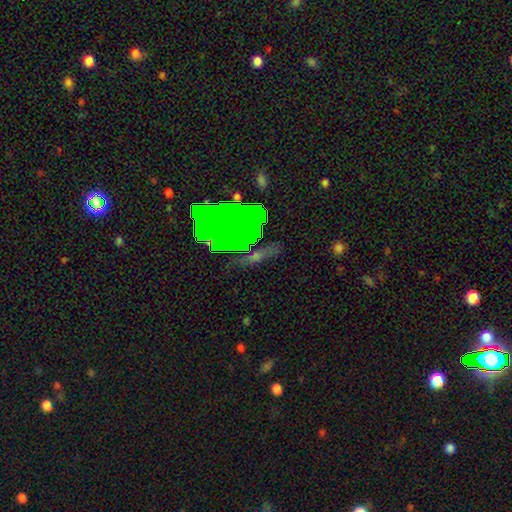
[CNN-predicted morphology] The model was most divided on "smooth or featured": star or artifact: 45%, featured or disk: 31%, smooth: 24%.